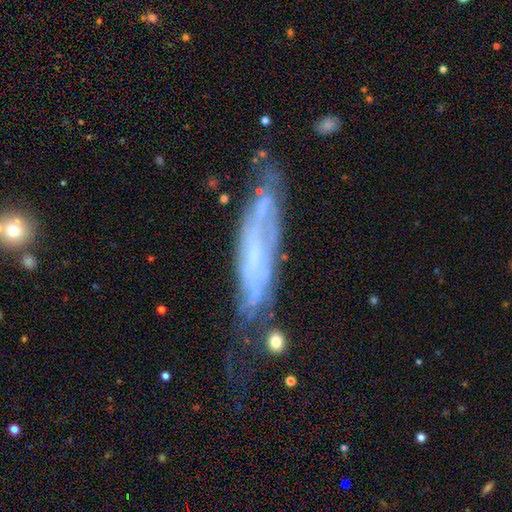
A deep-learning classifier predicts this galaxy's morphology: smooth-or-featured: featured or disk: 72% | smooth: 19% | star or artifact: 9%
  disk-edge-on: no: 57% | yes: 43%
  merging: none: 49% | minor disturbance: 27% | major disturbance: 18% | merger: 6%